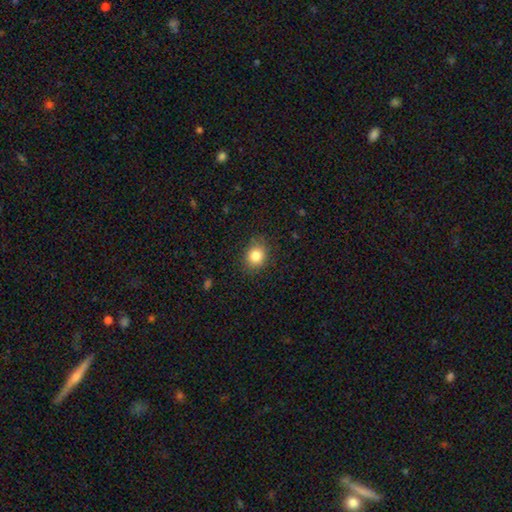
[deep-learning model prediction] A smooth galaxy with no disk features (84%) that is round (64%).

Vote fractions:
- Smooth or featured? smooth: 84% / star or artifact: 10% / featured or disk: 6%
- How rounded? round: 64% / in between: 35% / cigar-shaped: 1%
- Merging? none: 84% / minor disturbance: 11% / major disturbance: 3% / merger: 1%